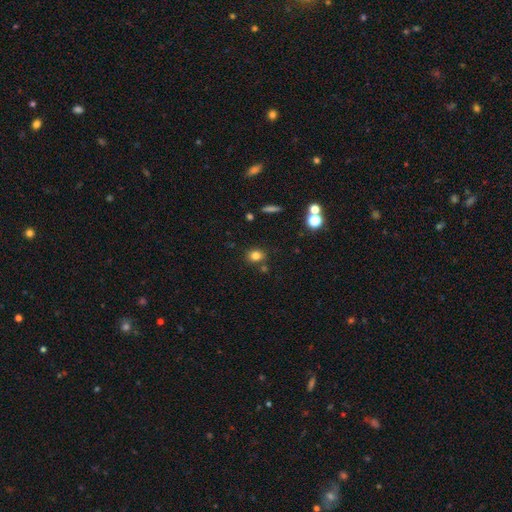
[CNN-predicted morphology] smooth_or_featured: smooth (p=0.79) [alt: star or artifact p=0.14]
how_rounded: round (p=0.64) [alt: in between p=0.34]
merging: none (p=0.77) [alt: minor disturbance p=0.11]